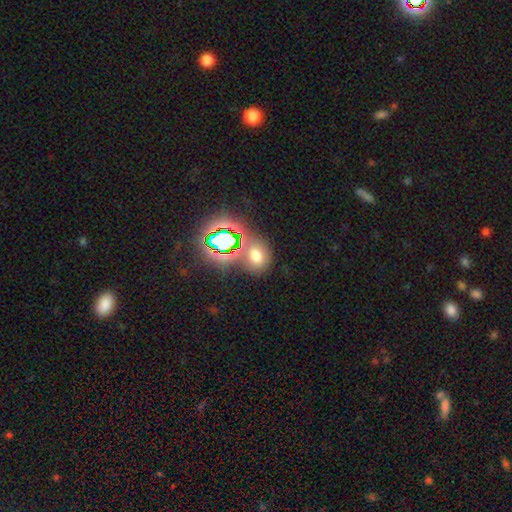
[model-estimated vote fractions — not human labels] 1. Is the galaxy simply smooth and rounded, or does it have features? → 58% smooth, 31% star or artifact, 11% featured or disk.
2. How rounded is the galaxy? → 50% in between, 49% round, 1% cigar-shaped.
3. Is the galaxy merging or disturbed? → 63% none, 16% merger, 14% minor disturbance, 7% major disturbance.